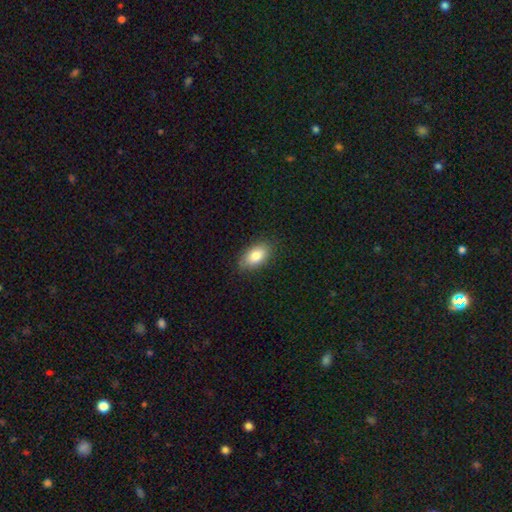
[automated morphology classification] The model was most divided on "smooth or featured": smooth: 83%, featured or disk: 10%, star or artifact: 7%. More confident: how rounded — in between (92%); merging — none (85%).